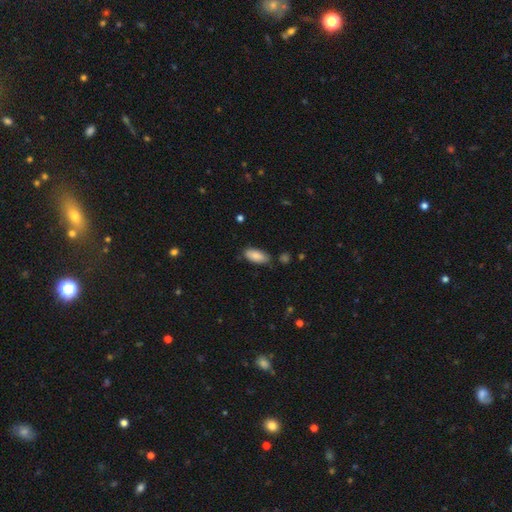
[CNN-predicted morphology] Q: Smooth or featured?
A: smooth (86%); runner-up: featured or disk (7%)
Q: How rounded?
A: in between (88%); runner-up: cigar-shaped (10%)
Q: Merging?
A: none (78%); runner-up: minor disturbance (17%)